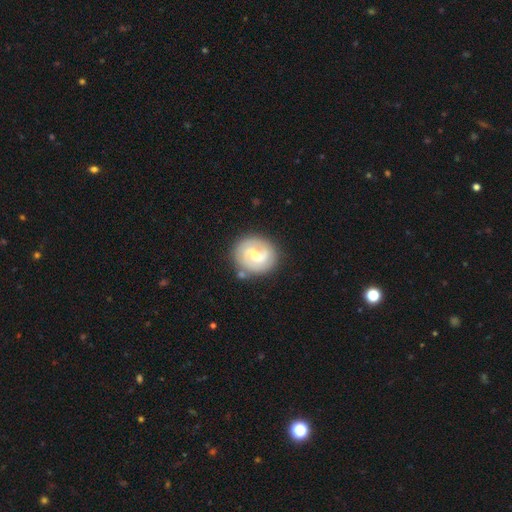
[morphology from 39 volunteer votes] A featured or disk galaxy (77%) with a weak bar (74%), 2 (96%) medium (48%) spiral arms (93%) and a moderate central bulge (44%, tied with small). Merging: none (82%).